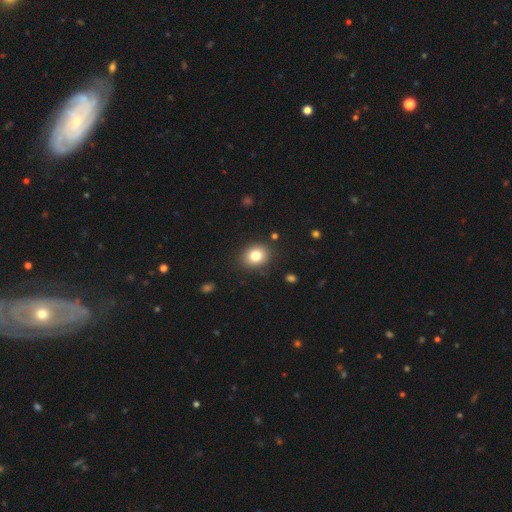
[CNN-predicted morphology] type=smooth (81%); roundness=round (55%); merging=none (86%).